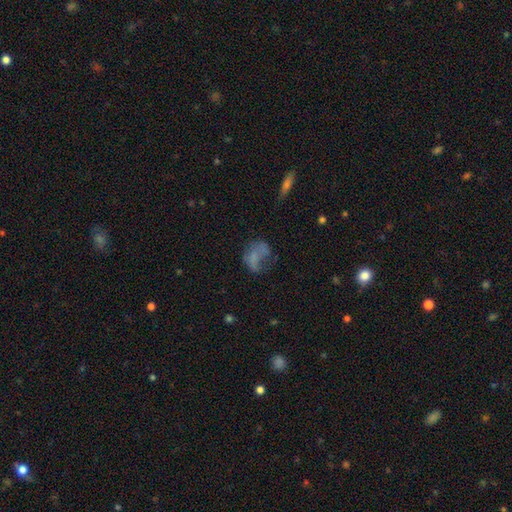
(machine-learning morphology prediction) This appears to be a smooth galaxy with no disk features (48%). Merging: major disturbance (39%).